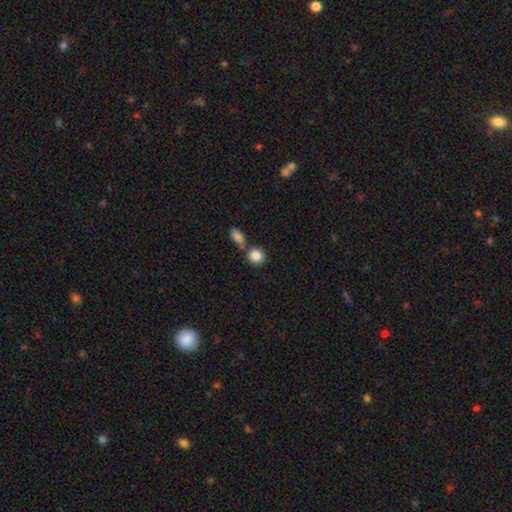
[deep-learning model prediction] Smooth or featured?
  - smooth: 86% *
  - star or artifact: 9%
  - featured or disk: 5%
How rounded?
  - round: 83% *
  - in between: 16%
  - cigar-shaped: 1%
Merging?
  - none: 62% *
  - merger: 25%
  - minor disturbance: 9%
  - major disturbance: 3%